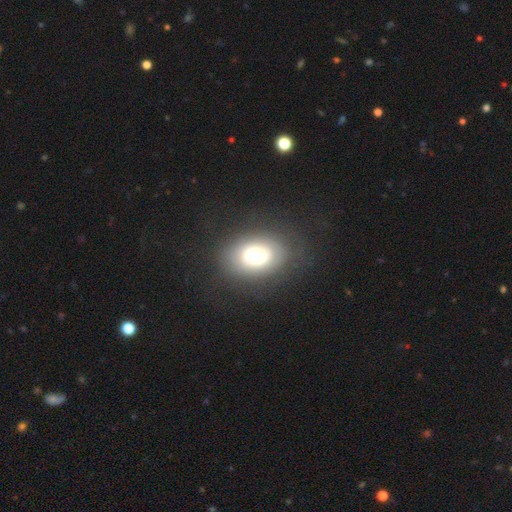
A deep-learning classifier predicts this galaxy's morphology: Smooth or featured? Predicted: smooth (p=0.59). How rounded? Predicted: in between (p=0.71). Merging? Predicted: none (p=0.74).